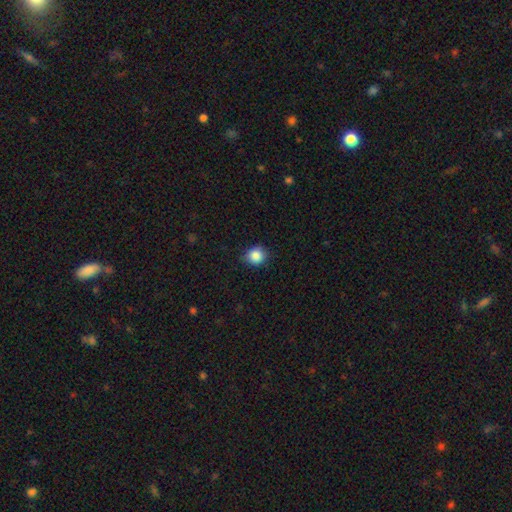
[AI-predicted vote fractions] smooth-or-featured: smooth: 87% | star or artifact: 9% | featured or disk: 4%
  how-rounded: round: 83% | in between: 16% | cigar-shaped: 1%
  merging: none: 83% | minor disturbance: 14% | major disturbance: 3% | merger: 1%